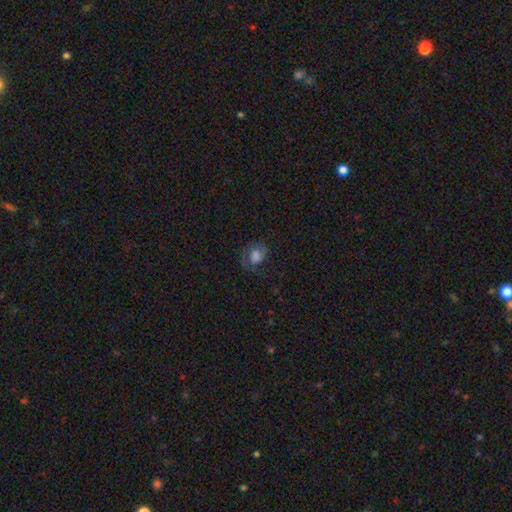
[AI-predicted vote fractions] A smooth galaxy with no disk features (49%).

Vote fractions:
- Smooth or featured? smooth: 49% / featured or disk: 39% / star or artifact: 12%
- Merging? none: 53% / major disturbance: 23% / minor disturbance: 22% / merger: 2%